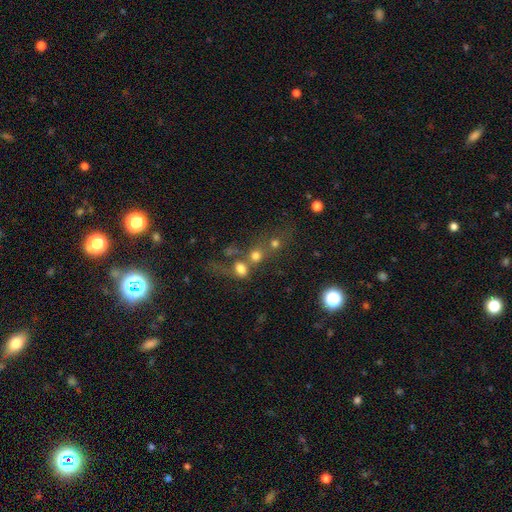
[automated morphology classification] Smooth or featured? smooth (68%)
How rounded? round (72%)
Merging? merger (44%)